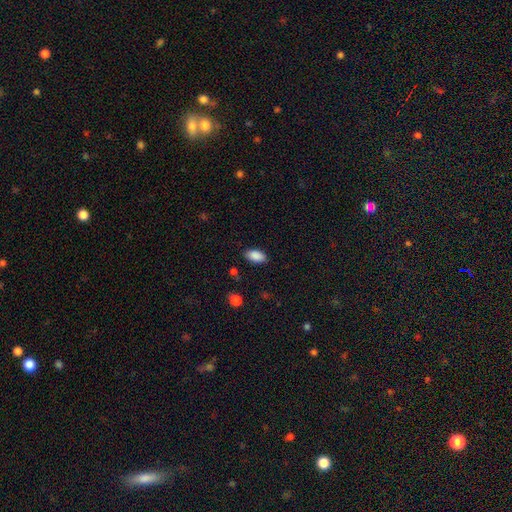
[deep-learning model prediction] The model was most divided on "merging": none: 85%, minor disturbance: 11%, major disturbance: 3%, merger: 1%. More confident: how rounded — in between (93%); smooth or featured — smooth (89%).